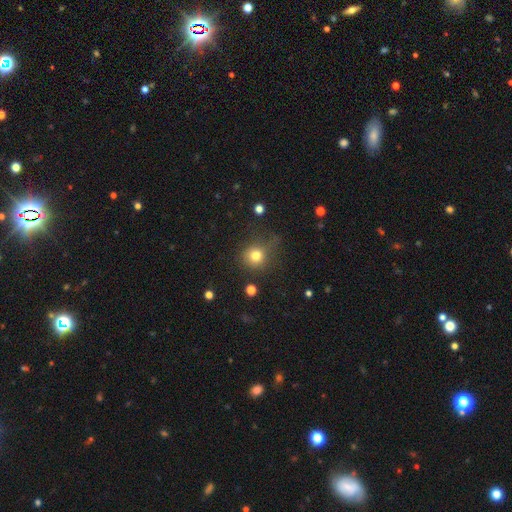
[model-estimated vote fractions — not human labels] This appears to be a smooth galaxy with no disk features (78%) that is round (88%). Merging: none (64%).